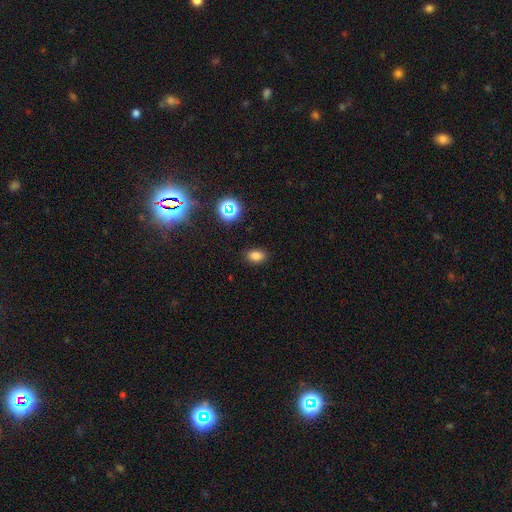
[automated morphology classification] Smooth or featured: smooth — 78% (star or artifact — 16%)
How rounded: in between — 80% (round — 19%)
Merging: none — 87% (minor disturbance — 9%)